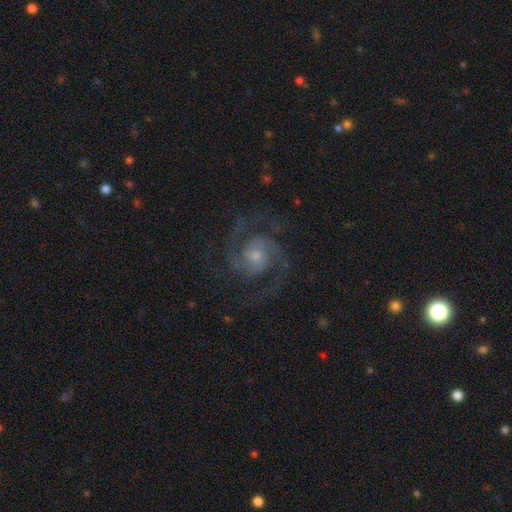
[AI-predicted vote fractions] Smooth or featured?
  - featured or disk: 92% *
  - star or artifact: 4%
  - smooth: 4%
Edge-on disk?
  - no: 98% *
  - yes: 2%
Bar?
  - no: 65% *
  - weak: 29%
  - strong: 6%
Spiral arms?
  - yes: 99% *
  - no: 1%
Spiral winding?
  - medium: 57% *
  - tight: 34%
  - loose: 10%
Spiral arm count?
  - 2: 88% *
  - 3: 5%
  - can't tell: 2%
  - 4: 2%
  - 1: 2%
  - more than 4: 2%
Bulge size?
  - small: 45% *
  - moderate: 44%
  - large: 5%
  - none: 5%
  - dominant: 1%
Merging?
  - none: 79% *
  - minor disturbance: 12%
  - major disturbance: 8%
  - merger: 1%